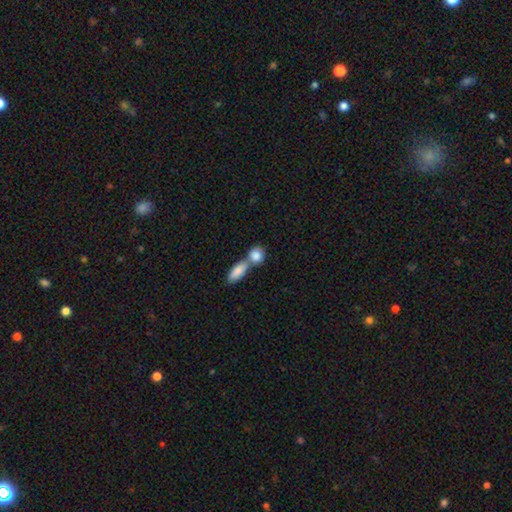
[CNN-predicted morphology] smooth 85%, featured or disk 9%, star or artifact 6%. Down the decision tree: how rounded — round (46%, tied with in between); merging — merger (57%).